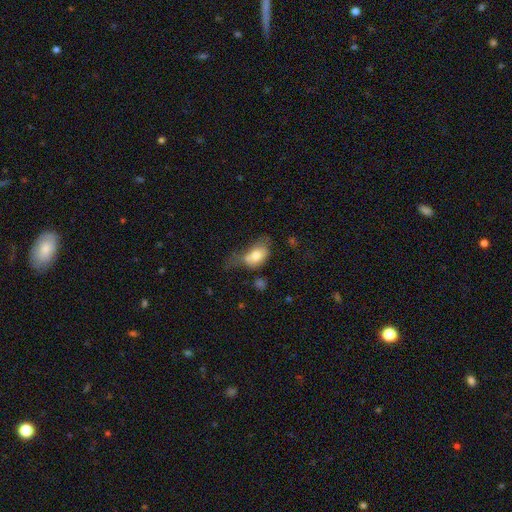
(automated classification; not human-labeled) smooth_or_featured: smooth (p=0.71) [alt: featured or disk p=0.21]
how_rounded: in between (p=0.84) [alt: round p=0.14]
merging: major disturbance (p=0.33) [alt: minor disturbance p=0.26]